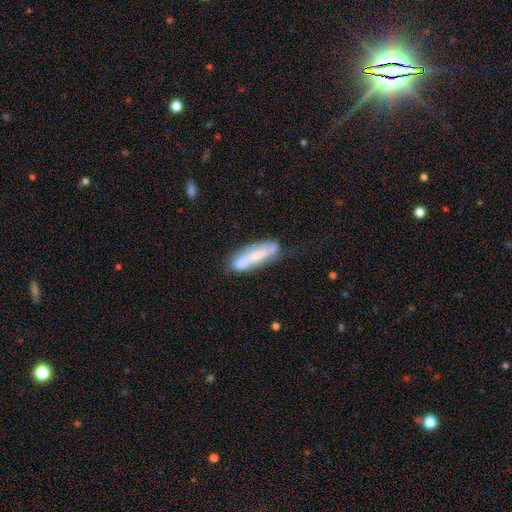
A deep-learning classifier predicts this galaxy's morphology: This appears to be a featured or disk galaxy (51%). Merging: none (47%).